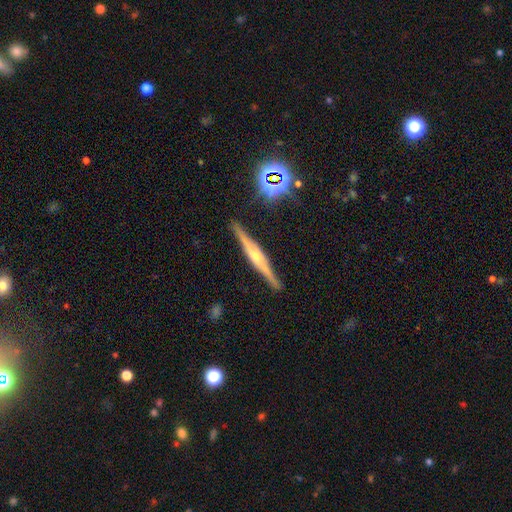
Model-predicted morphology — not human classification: This is likely a featured or disk galaxy (77%). It is clearly viewed edge-on (98%). Edge-on bulge: clearly rounded (80%). Merging: clearly none (90%).